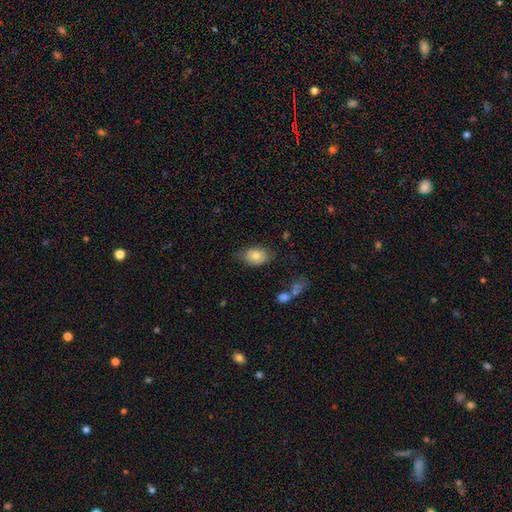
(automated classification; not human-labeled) Overall: smooth (76%). How rounded: in between (76%). Merging: none (69%).